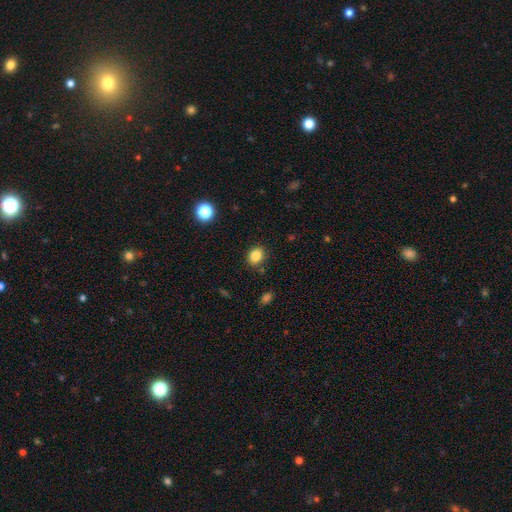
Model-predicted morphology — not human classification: type=smooth (85%); roundness=round (51%); merging=none (84%).